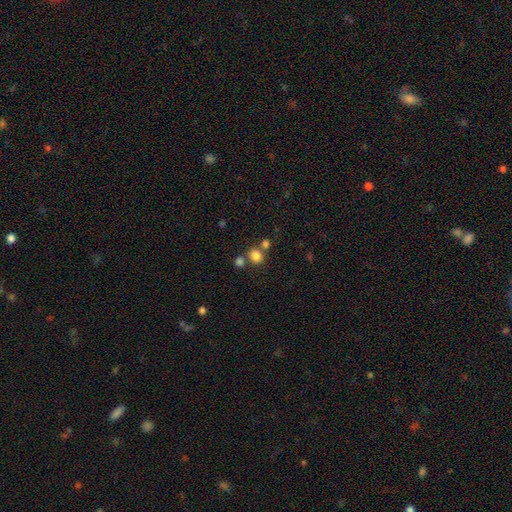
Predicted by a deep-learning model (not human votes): Overall: smooth (81%). How rounded: round (75%). Merging: none (64%).